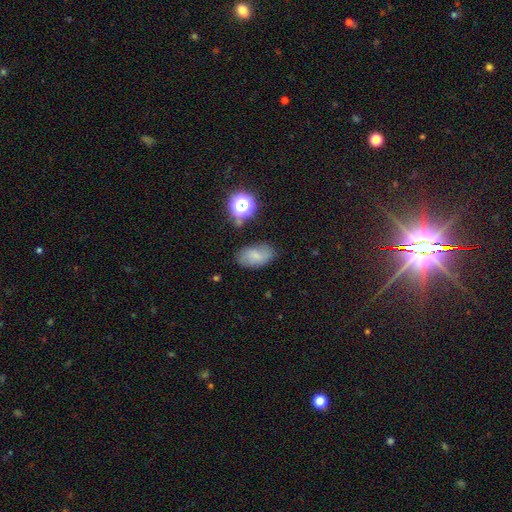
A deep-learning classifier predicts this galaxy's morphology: type=smooth (68%); roundness=in between (89%); merging=none (73%).